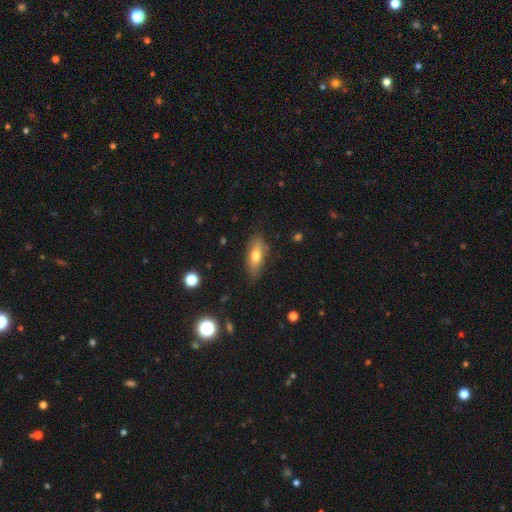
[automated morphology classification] Q: Smooth or featured?
A: smooth (71%); runner-up: featured or disk (21%)
Q: How rounded?
A: in between (74%); runner-up: cigar-shaped (22%)
Q: Merging?
A: none (75%); runner-up: minor disturbance (19%)